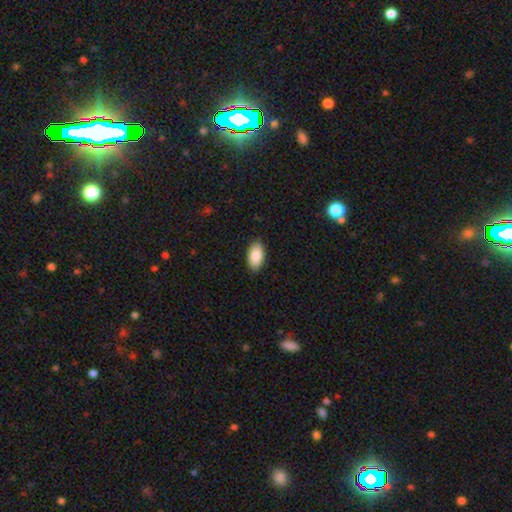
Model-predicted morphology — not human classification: smooth_or_featured: smooth (p=0.88) [alt: star or artifact p=0.06]
how_rounded: in between (p=0.95) [alt: round p=0.03]
merging: none (p=0.89) [alt: minor disturbance p=0.09]